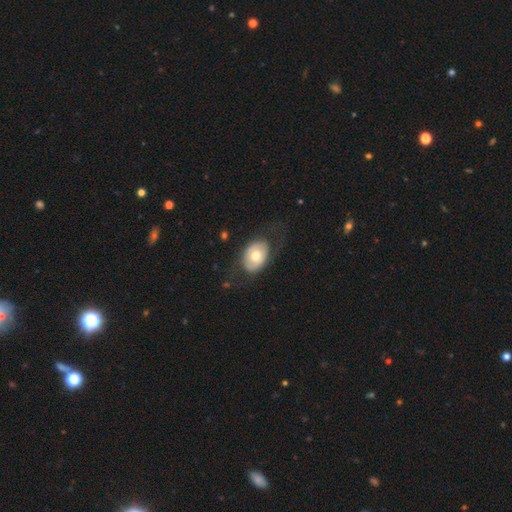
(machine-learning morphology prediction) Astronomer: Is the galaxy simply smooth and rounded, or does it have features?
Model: smooth — 54% (runner-up: featured or disk, 40%).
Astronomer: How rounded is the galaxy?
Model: in between — 80%.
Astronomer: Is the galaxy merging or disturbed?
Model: none — 69%.